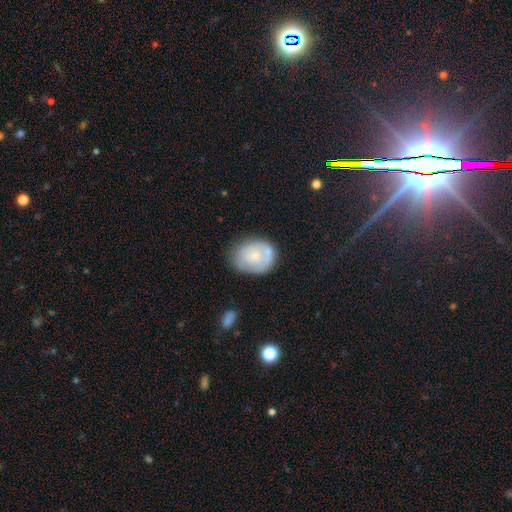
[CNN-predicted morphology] Smooth or featured? smooth (55%)
How rounded? round (55%)
Merging? none (65%)